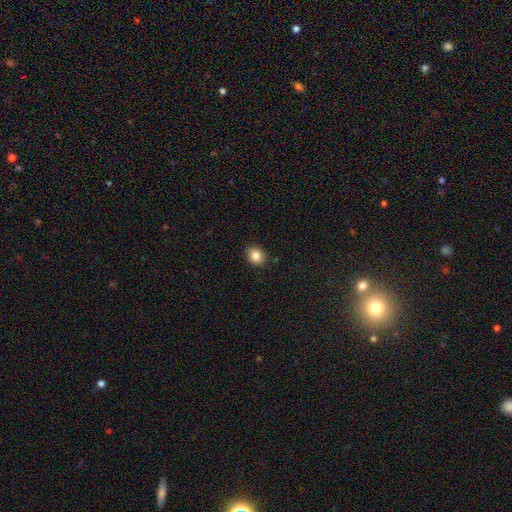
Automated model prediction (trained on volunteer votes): A smooth galaxy with no disk features (85%) that is round (64%). Merging: none (89%).